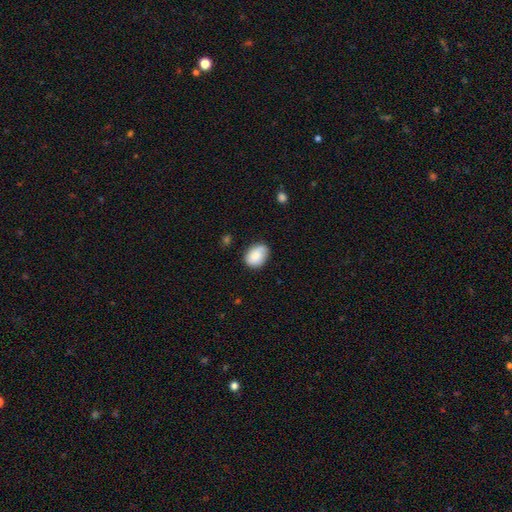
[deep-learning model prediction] smooth-or-featured: smooth: 82% | featured or disk: 11% | star or artifact: 7%
  how-rounded: in between: 67% | round: 32% | cigar-shaped: 1%
  merging: none: 70% | minor disturbance: 24% | major disturbance: 4% | merger: 2%